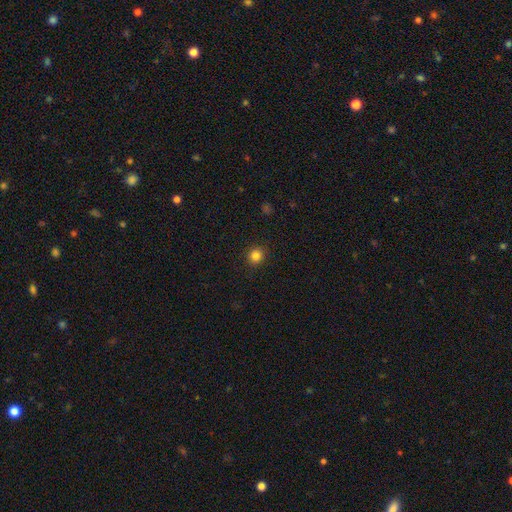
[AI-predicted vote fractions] Smooth or featured?
  - smooth: 82% *
  - star or artifact: 13%
  - featured or disk: 5%
How rounded?
  - round: 90% *
  - in between: 9%
  - cigar-shaped: 1%
Merging?
  - none: 92% *
  - minor disturbance: 6%
  - major disturbance: 2%
  - merger: 1%